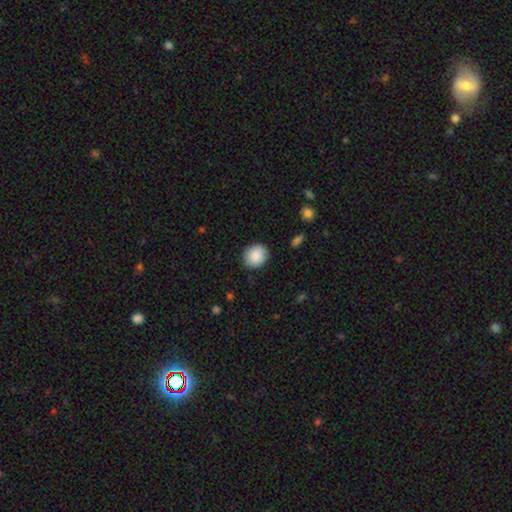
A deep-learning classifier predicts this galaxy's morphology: smooth 88%, star or artifact 7%, featured or disk 5%. Down the decision tree: how rounded — round (74%); merging — none (87%).